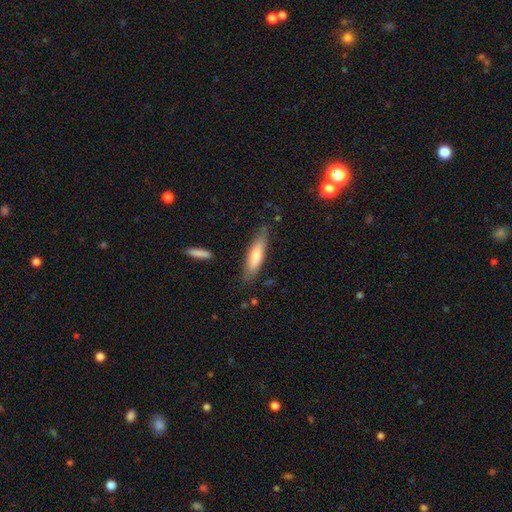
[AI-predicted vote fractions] smooth 70%, featured or disk 24%, star or artifact 6%. Down the decision tree: how rounded — cigar-shaped (74%); merging — none (77%).